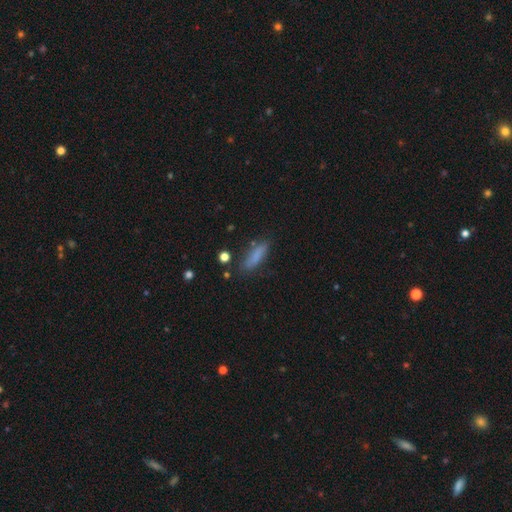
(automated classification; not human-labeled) Morphology: type=smooth (79%); roundness=cigar-shaped (60%); merging=none (74%).